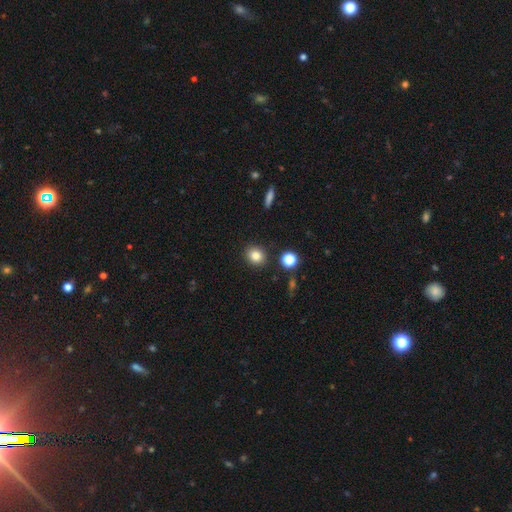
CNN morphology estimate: This is clearly a smooth galaxy (83%). How rounded: likely round (74%). Merging: clearly none (88%).